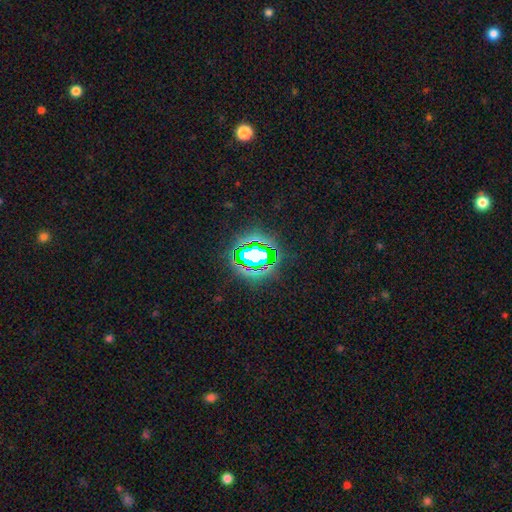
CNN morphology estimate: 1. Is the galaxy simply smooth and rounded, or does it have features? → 67% star or artifact, 19% smooth, 14% featured or disk.